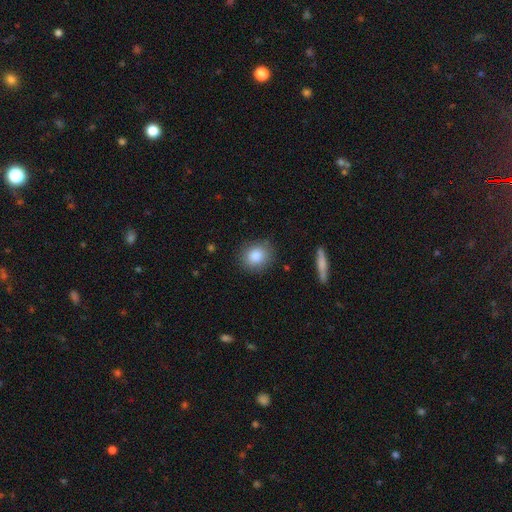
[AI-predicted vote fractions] The model was most divided on "how rounded": round: 73%, in between: 26%, cigar-shaped: 1%. More confident: merging — none (85%); smooth or featured — smooth (85%).